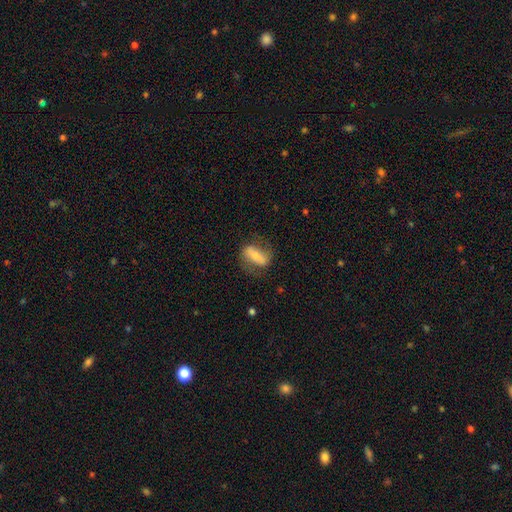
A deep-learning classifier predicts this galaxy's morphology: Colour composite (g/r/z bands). It shows a smooth galaxy with no disk features (48%). Merging: none (65%).